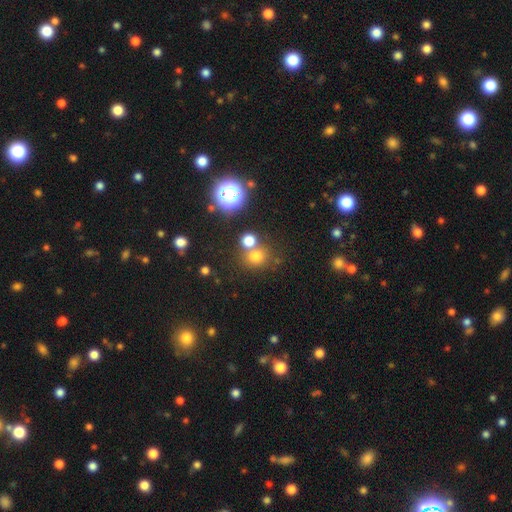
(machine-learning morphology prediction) Q: Smooth or featured?
A: smooth (69%); runner-up: star or artifact (23%)
Q: How rounded?
A: round (79%); runner-up: in between (19%)
Q: Merging?
A: none (61%); runner-up: merger (26%)